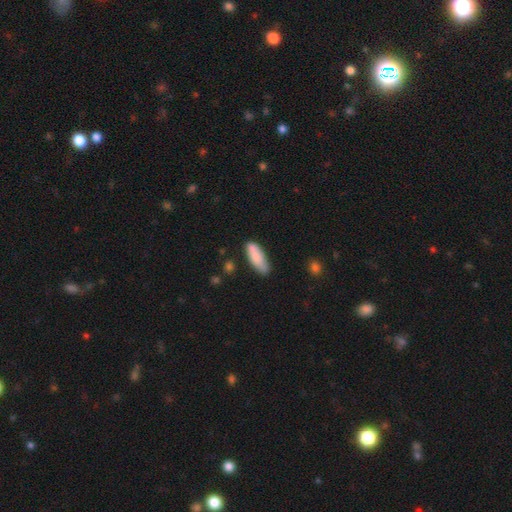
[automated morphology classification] Smooth or featured? Predicted: smooth (p=0.83). How rounded? Predicted: in between (p=0.59). Merging? Predicted: none (p=0.69).